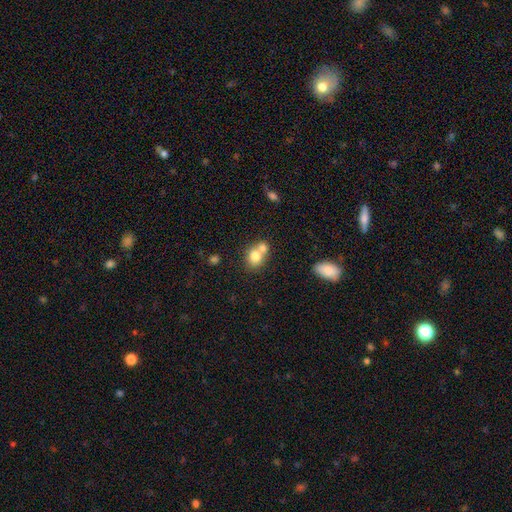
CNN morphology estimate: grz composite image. It shows a smooth galaxy with no disk features (78%) that is round (64%). Merging: merger (54%).